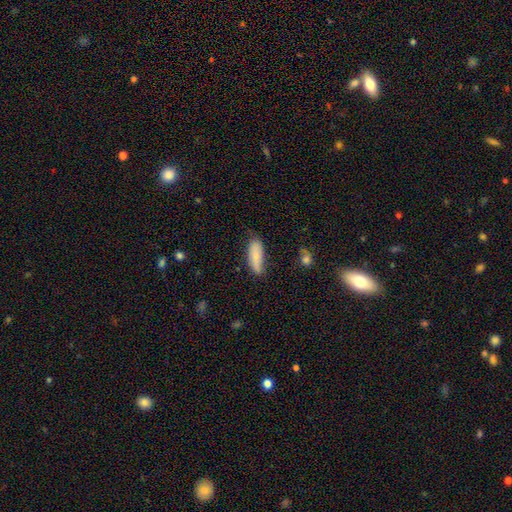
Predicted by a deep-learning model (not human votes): smooth_or_featured: smooth (p=0.75) [alt: featured or disk p=0.18]
how_rounded: in between (p=0.67) [alt: cigar-shaped p=0.31]
merging: none (p=0.64) [alt: minor disturbance p=0.28]